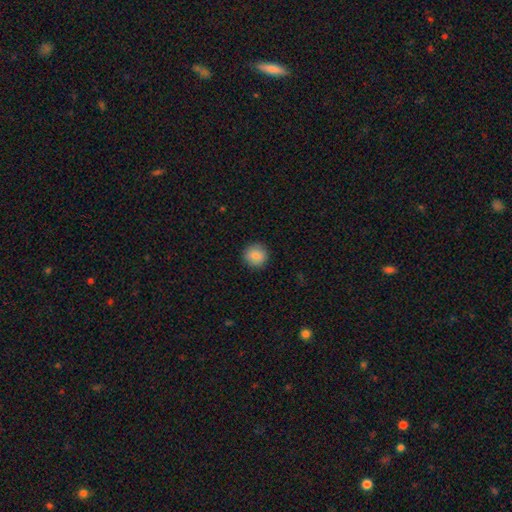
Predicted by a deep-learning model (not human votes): This appears to be a smooth galaxy with no disk features (86%) that is round (92%). Merging: none (91%).